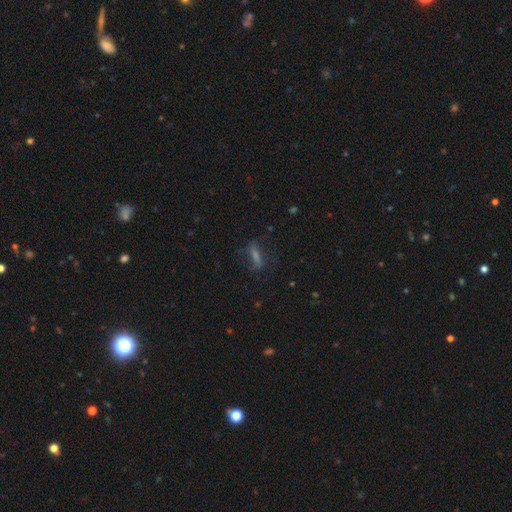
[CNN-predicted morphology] Smooth or featured? smooth (39%)
Merging? none (70%)